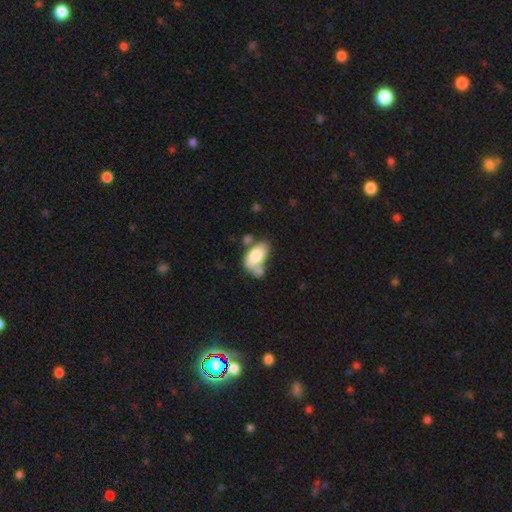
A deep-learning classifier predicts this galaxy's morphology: smooth_or_featured: smooth (p=0.76) [alt: featured or disk p=0.17]
how_rounded: in between (p=0.93) [alt: round p=0.05]
merging: merger (p=0.41) [alt: none p=0.30]